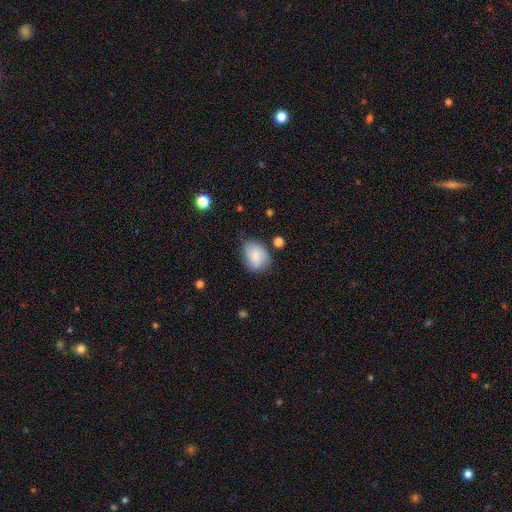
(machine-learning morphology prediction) This is likely a smooth galaxy (78%). How rounded: likely in between (69%). Merging: likely none (65%).